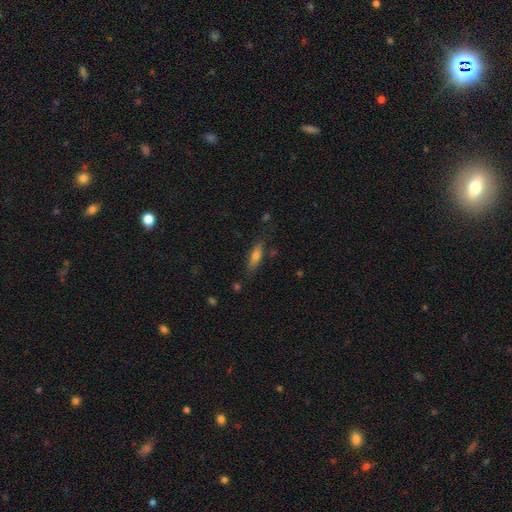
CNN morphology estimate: smooth_or_featured: smooth (p=0.65) [alt: featured or disk p=0.26]
how_rounded: cigar-shaped (p=0.55) [alt: in between p=0.43]
merging: none (p=0.77) [alt: minor disturbance p=0.16]